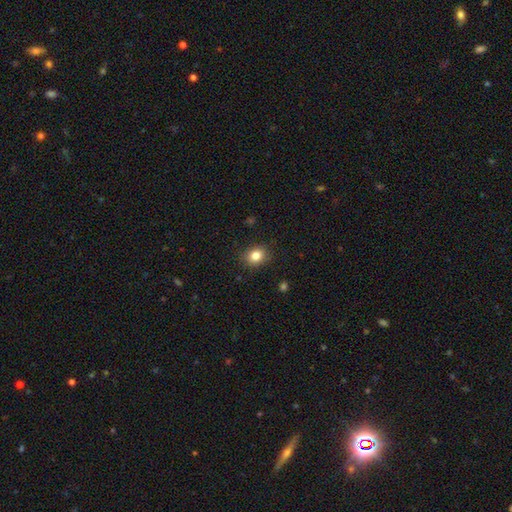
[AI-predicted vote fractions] A smooth galaxy with no disk features (83%) that is round (56%). Merging: none (87%).